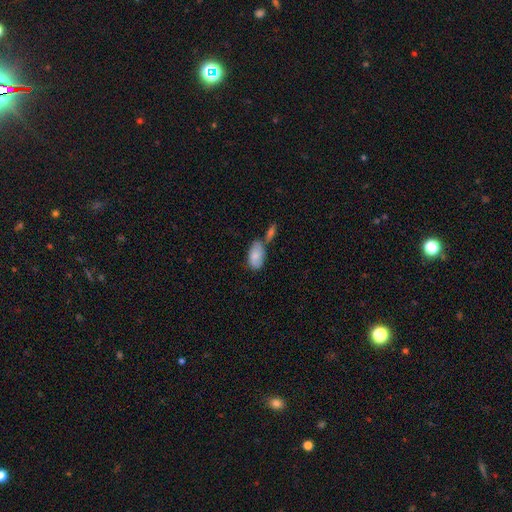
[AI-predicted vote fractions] This is likely a smooth galaxy (79%). How rounded: clearly in between (93%). Merging: marginally none (44%).